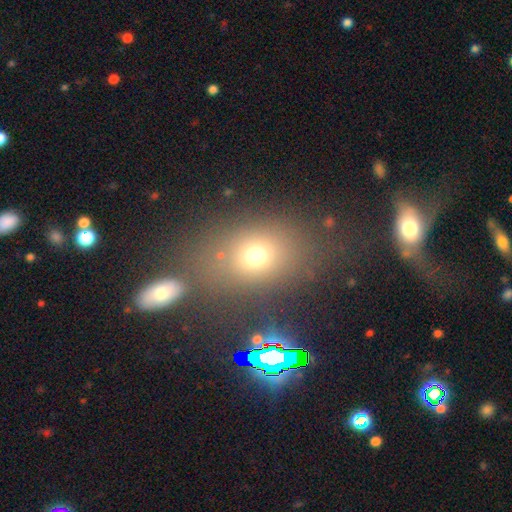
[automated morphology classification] smooth-or-featured: smooth: 67% | star or artifact: 20% | featured or disk: 13%
  how-rounded: in between: 54% | round: 44% | cigar-shaped: 2%
  merging: none: 66% | minor disturbance: 13% | merger: 12% | major disturbance: 9%